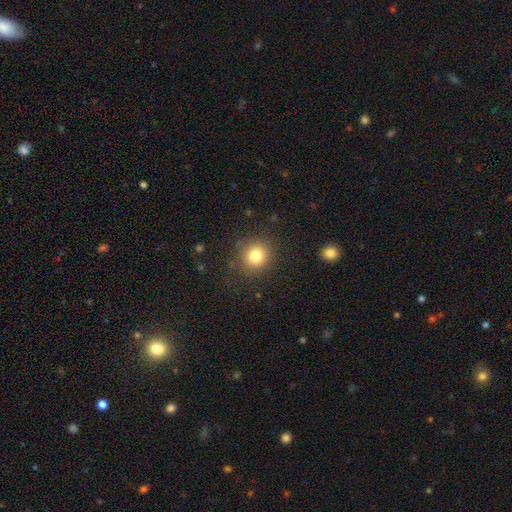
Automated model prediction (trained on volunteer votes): Smooth or featured? smooth (80%)
How rounded? round (85%)
Merging? none (86%)